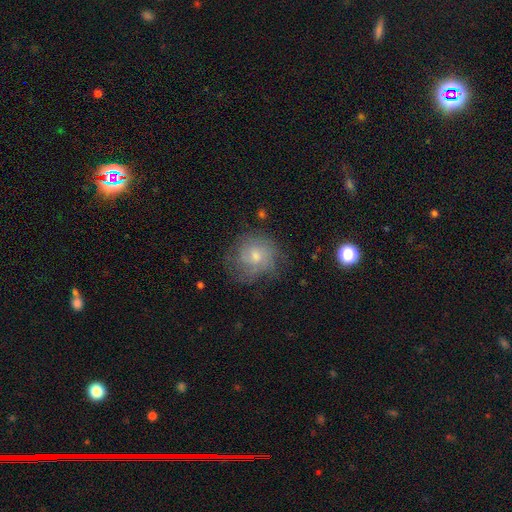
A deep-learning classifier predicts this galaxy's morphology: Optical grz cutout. It shows a featured or disk galaxy (49%). Merging: none (65%).